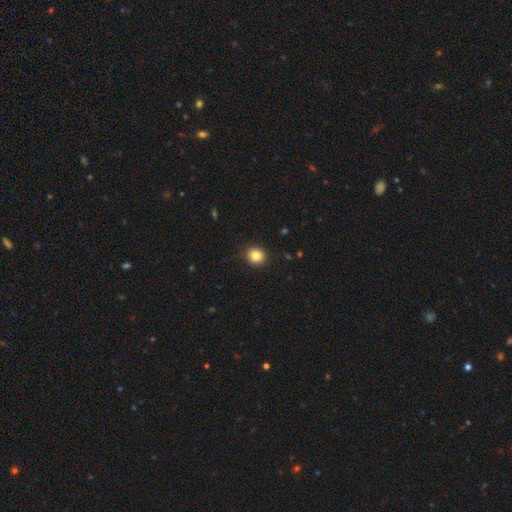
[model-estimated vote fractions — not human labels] Morphology: type=smooth (85%); roundness=round (81%); merging=none (89%).